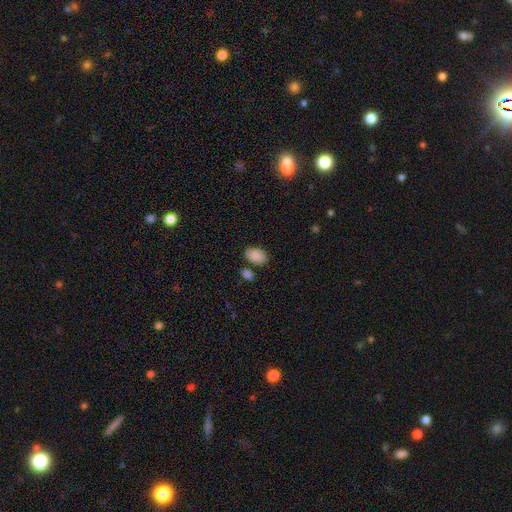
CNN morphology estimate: Overall: smooth (88%). How rounded: in between (89%). Merging: none (72%).